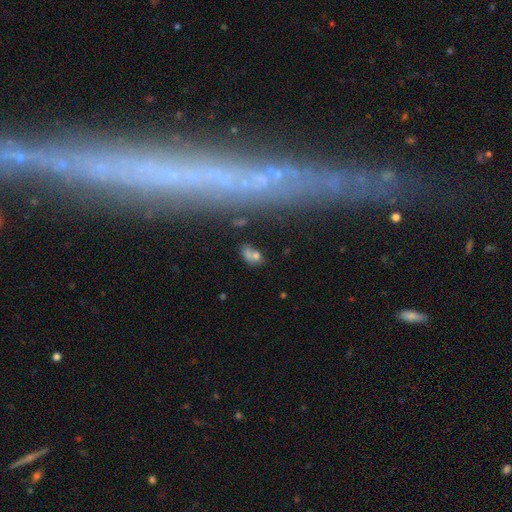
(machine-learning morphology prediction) This is likely a smooth galaxy (63%). How rounded: likely in between (73%). Merging: marginally none (37%).